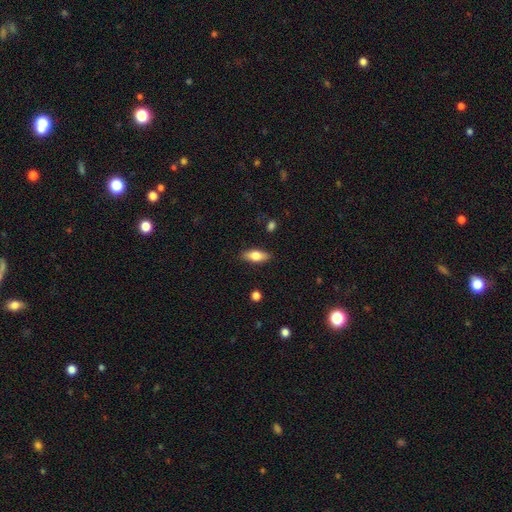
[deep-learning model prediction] The model was most divided on "smooth or featured": smooth: 72%, featured or disk: 22%, star or artifact: 7%. More confident: merging — none (86%); how rounded — in between (77%).